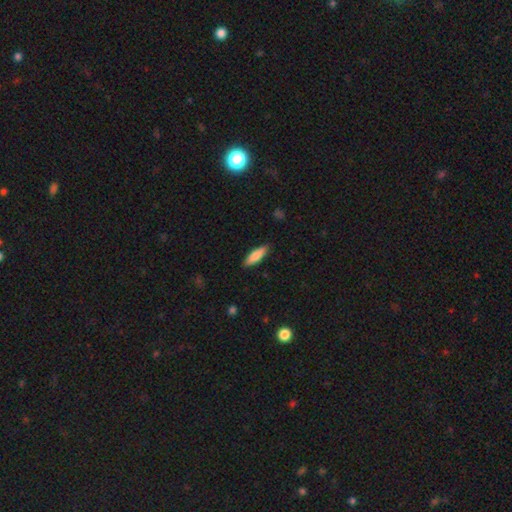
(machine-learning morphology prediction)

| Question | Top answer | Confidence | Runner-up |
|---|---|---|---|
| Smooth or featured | smooth | 82% | featured or disk (13%) |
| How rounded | cigar-shaped | 52% | in between (46%) |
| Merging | none | 87% | minor disturbance (10%) |